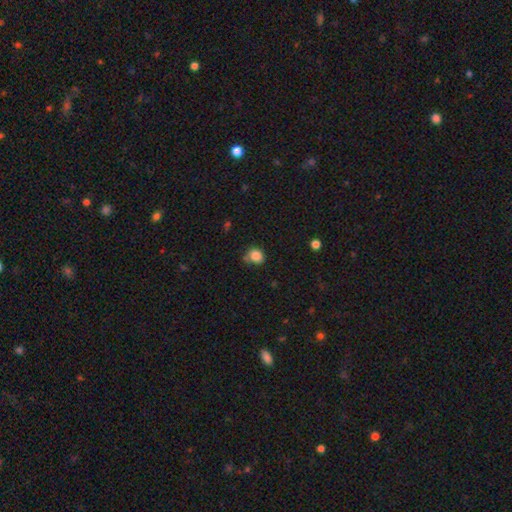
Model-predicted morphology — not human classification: The model was most divided on "merging": none: 59%, minor disturbance: 28%, major disturbance: 7%, merger: 6%. More confident: smooth or featured — smooth (85%); how rounded — round (72%).